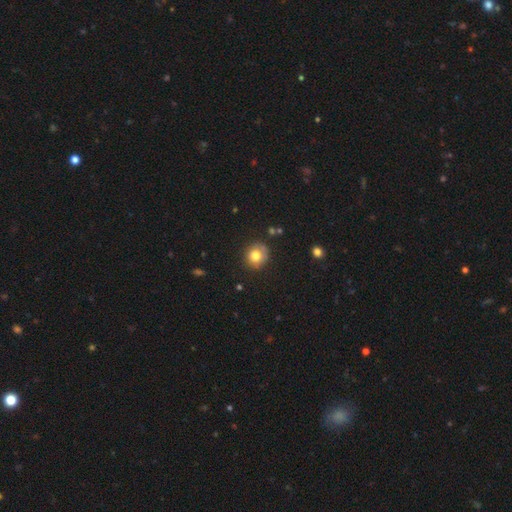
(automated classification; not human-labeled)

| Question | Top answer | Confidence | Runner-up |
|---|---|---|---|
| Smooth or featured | smooth | 76% | featured or disk (14%) |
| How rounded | round | 83% | in between (16%) |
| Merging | none | 73% | minor disturbance (19%) |